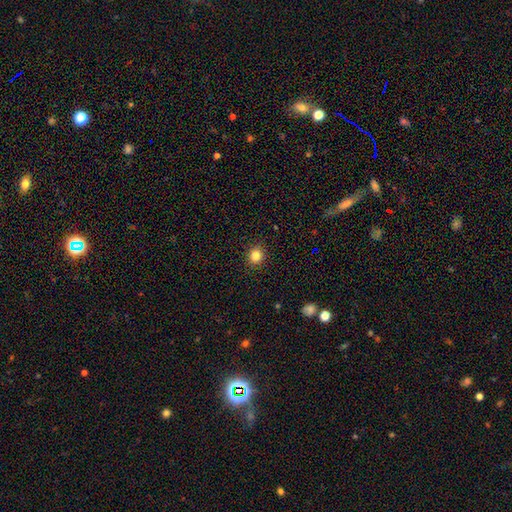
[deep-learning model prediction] Morphology: type=smooth (83%); roundness=round (81%); merging=none (91%).